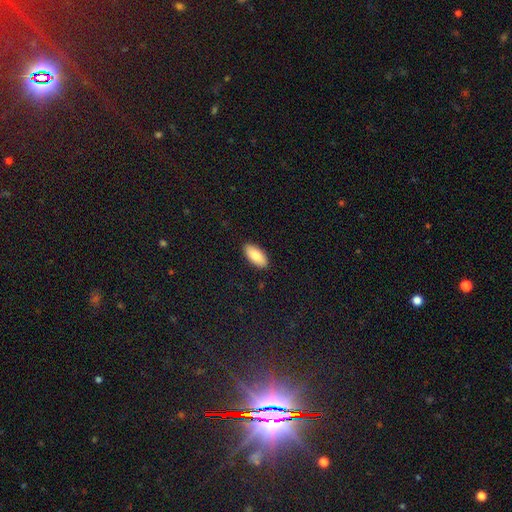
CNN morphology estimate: A smooth galaxy with no disk features (84%) that is in between round and cigar-shaped (90%).

Vote fractions:
- Smooth or featured? smooth: 84% / featured or disk: 10% / star or artifact: 6%
- How rounded? in between: 90% / cigar-shaped: 8% / round: 2%
- Merging? none: 90% / minor disturbance: 8% / major disturbance: 2% / merger: 1%